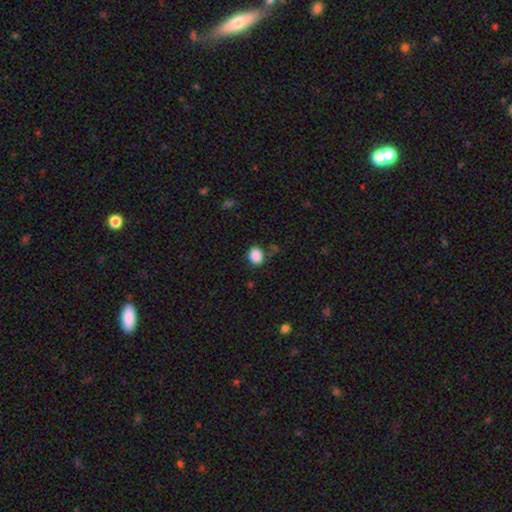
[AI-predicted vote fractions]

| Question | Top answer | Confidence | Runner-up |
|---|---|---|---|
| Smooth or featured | smooth | 88% | star or artifact (9%) |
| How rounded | round | 57% | in between (42%) |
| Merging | none | 78% | minor disturbance (15%) |